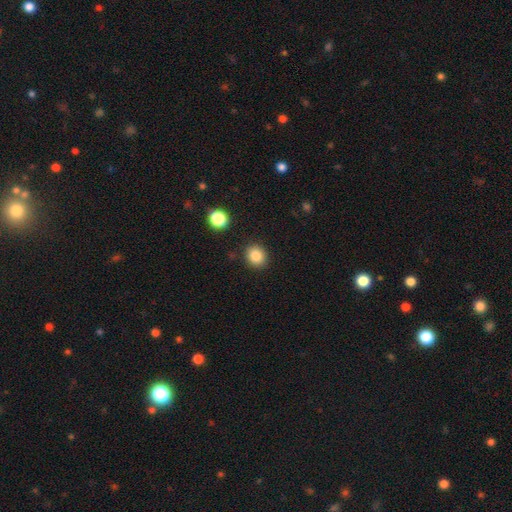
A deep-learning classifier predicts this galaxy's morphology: The model was most divided on "how rounded": round: 79%, in between: 20%, cigar-shaped: 1%. More confident: merging — none (88%); smooth or featured — smooth (85%).